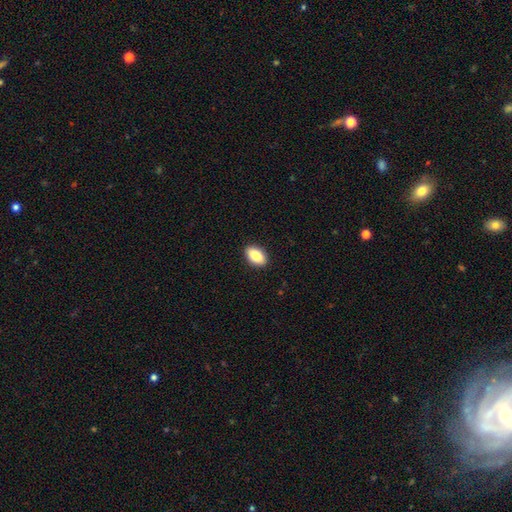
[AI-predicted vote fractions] smooth 84%, featured or disk 9%, star or artifact 7%. Down the decision tree: how rounded — in between (91%); merging — none (91%).